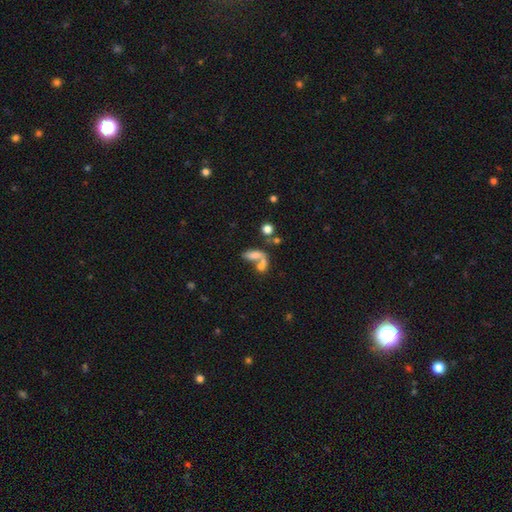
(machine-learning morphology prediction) Smooth or featured: smooth — 65% (featured or disk — 22%)
How rounded: in between — 75% (cigar-shaped — 14%)
Merging: merger — 56% (none — 25%)